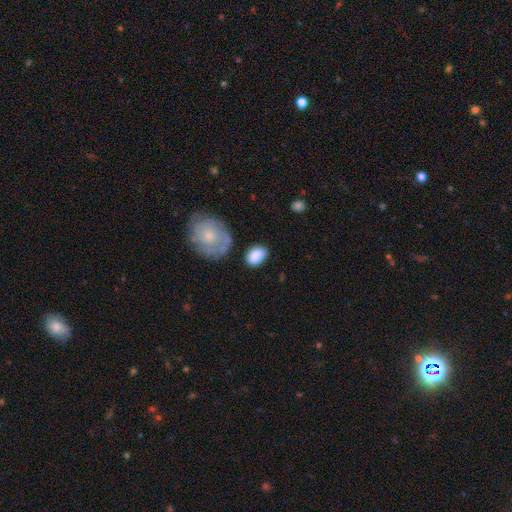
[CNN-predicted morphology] smooth-or-featured: smooth: 87% | featured or disk: 7% | star or artifact: 6%
  how-rounded: in between: 83% | round: 16% | cigar-shaped: 1%
  merging: none: 75% | minor disturbance: 16% | major disturbance: 5% | merger: 4%